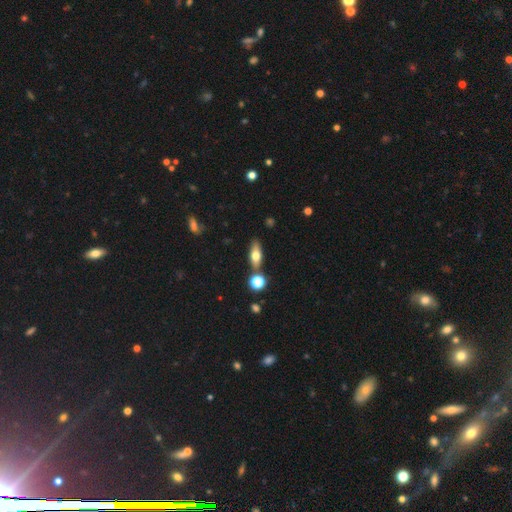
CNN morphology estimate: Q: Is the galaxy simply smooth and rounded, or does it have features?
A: smooth — 64%.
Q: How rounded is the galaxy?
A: in between — 65%.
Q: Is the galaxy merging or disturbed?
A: none — 74%.